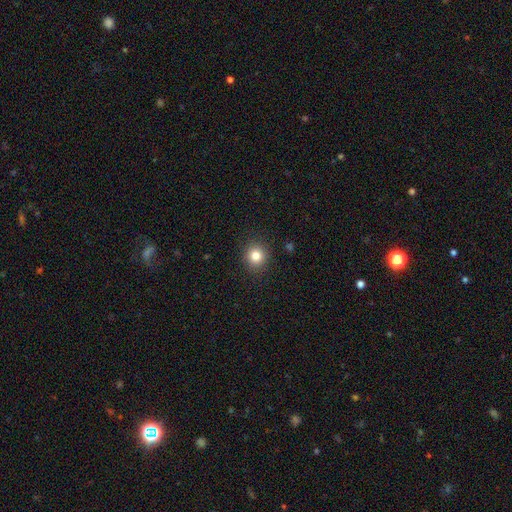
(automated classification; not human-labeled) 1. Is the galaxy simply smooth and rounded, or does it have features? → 82% smooth, 12% star or artifact, 6% featured or disk.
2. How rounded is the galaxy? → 87% round, 12% in between, 1% cigar-shaped.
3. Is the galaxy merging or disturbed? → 90% none, 6% minor disturbance, 2% major disturbance, 1% merger.